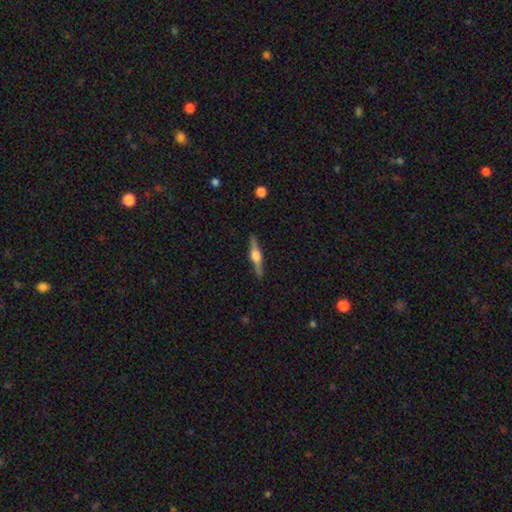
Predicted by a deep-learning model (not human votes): Overall: featured or disk (75%). Edge-on disk: yes (98%). Edge-on bulge: rounded (91%). Merging: none (90%).